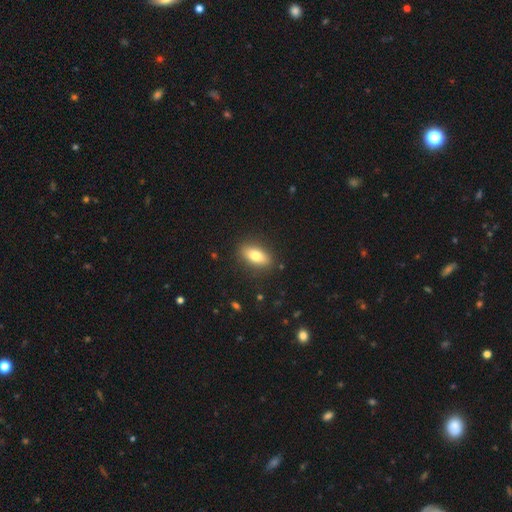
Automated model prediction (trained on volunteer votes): The model was most divided on "smooth or featured": smooth: 77%, featured or disk: 15%, star or artifact: 7%. More confident: merging — none (87%); how rounded — in between (83%).